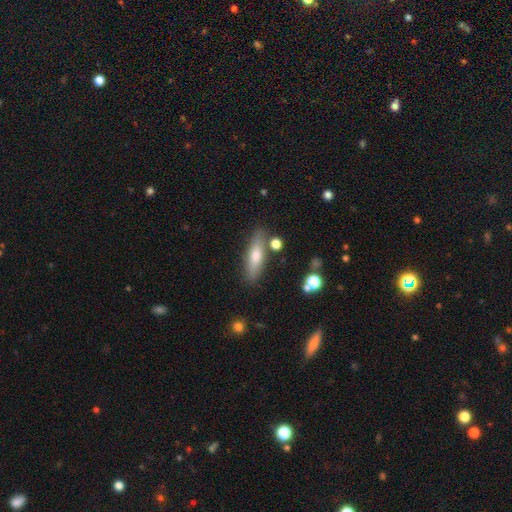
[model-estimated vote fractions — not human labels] Overall: smooth (65%; featured or disk 28%). How rounded: cigar-shaped (62%; in between 36%). Merging: none (81%).